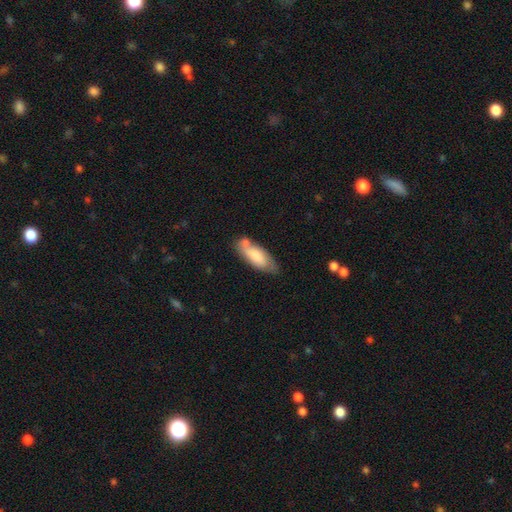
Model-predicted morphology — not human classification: smooth-or-featured: smooth: 76% | featured or disk: 18% | star or artifact: 6%
  how-rounded: in between: 70% | cigar-shaped: 28% | round: 2%
  merging: none: 56% | minor disturbance: 22% | merger: 16% | major disturbance: 6%